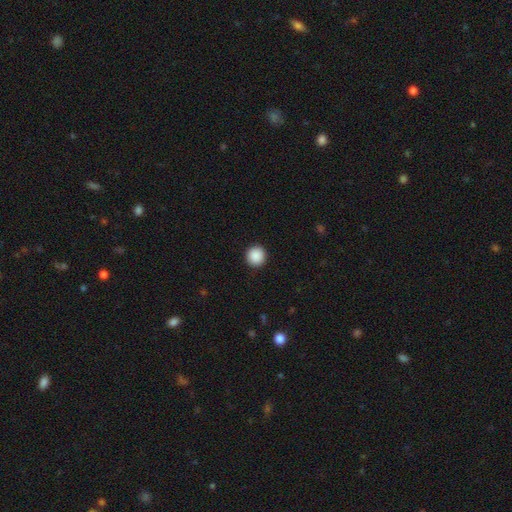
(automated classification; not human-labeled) This appears to be a smooth galaxy with no disk features (90%) that is round (95%). Merging: none (93%).